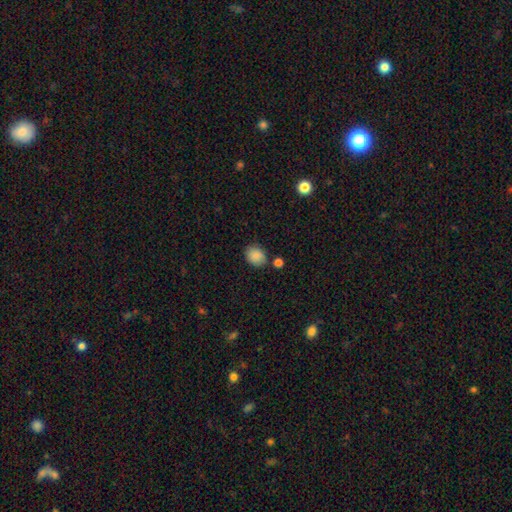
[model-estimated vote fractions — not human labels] Smooth or featured: smooth — 86% (star or artifact — 9%)
How rounded: in between — 50% (round — 49%)
Merging: none — 76% (minor disturbance — 13%)